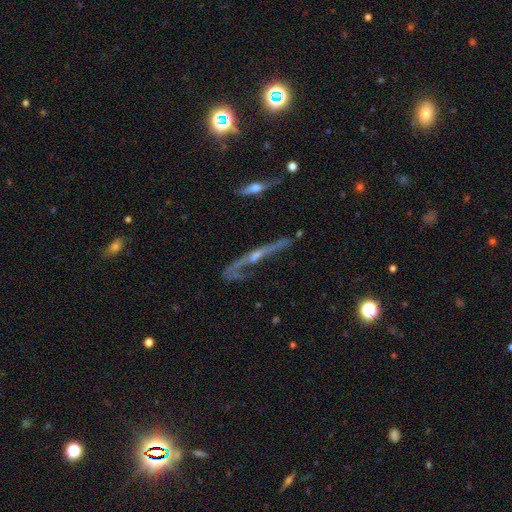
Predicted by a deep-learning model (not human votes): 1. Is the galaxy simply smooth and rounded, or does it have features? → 76% featured or disk, 12% star or artifact, 12% smooth.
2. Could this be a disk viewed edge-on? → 76% yes, 24% no.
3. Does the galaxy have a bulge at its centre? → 81% rounded, 13% none, 6% boxy.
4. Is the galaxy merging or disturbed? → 58% none, 19% minor disturbance, 15% major disturbance, 7% merger.